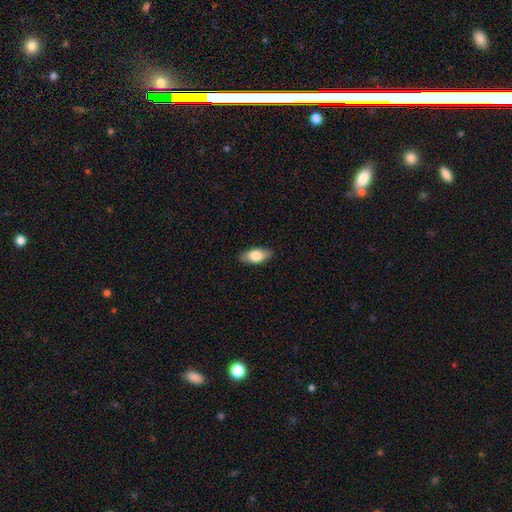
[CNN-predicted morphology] smooth 76%, featured or disk 18%, star or artifact 6%. Down the decision tree: how rounded — in between (88%); merging — none (87%).